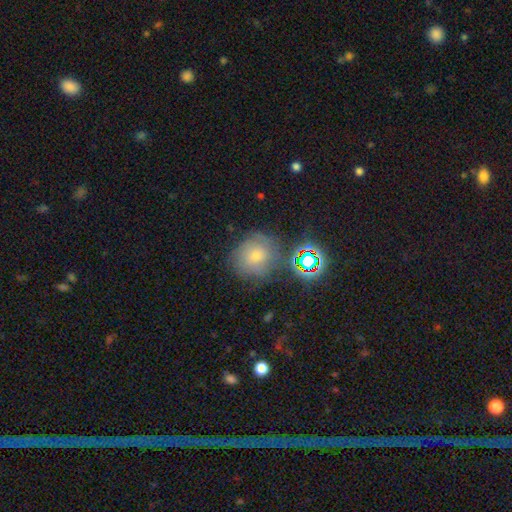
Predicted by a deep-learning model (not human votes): Morphology: type=smooth (49%); merging=none (70%).